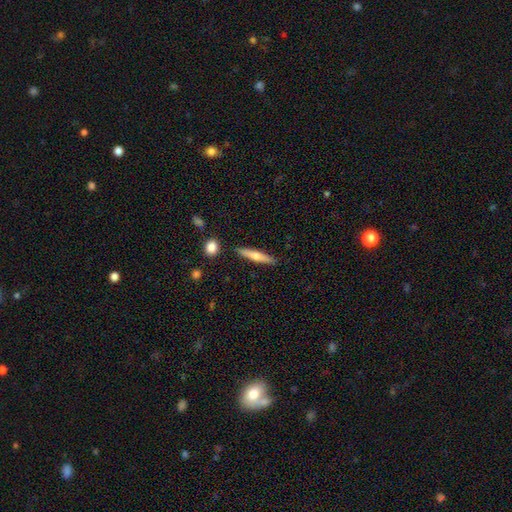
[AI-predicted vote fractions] A smooth galaxy with no disk features (48%). Merging: none (89%).